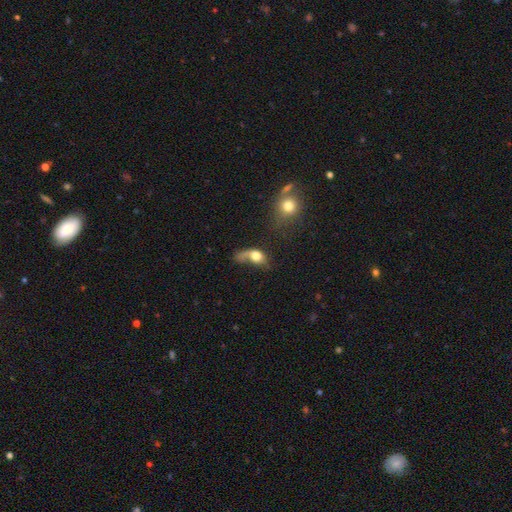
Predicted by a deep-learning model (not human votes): Overall: smooth (64%; featured or disk 26%). How rounded: in between (67%; round 28%). Merging: major disturbance (44%; none 22%).